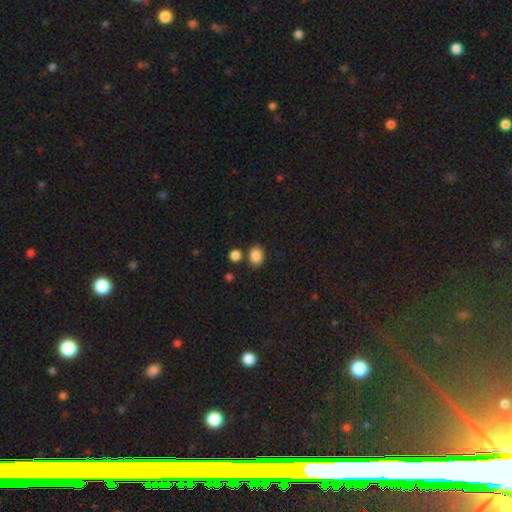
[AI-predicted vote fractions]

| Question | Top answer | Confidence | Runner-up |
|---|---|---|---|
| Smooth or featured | smooth | 86% | star or artifact (9%) |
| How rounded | in between | 58% | round (41%) |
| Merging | none | 74% | minor disturbance (12%) |